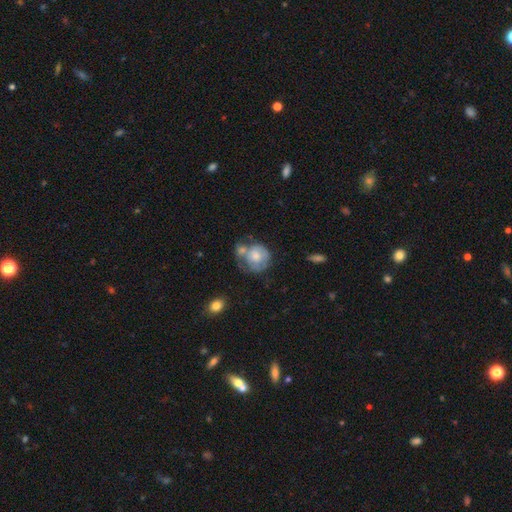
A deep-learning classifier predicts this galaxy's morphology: Smooth or featured: smooth — 51% (featured or disk — 42%)
How rounded: round — 80% (in between — 19%)
Merging: none — 34% (merger — 28%)